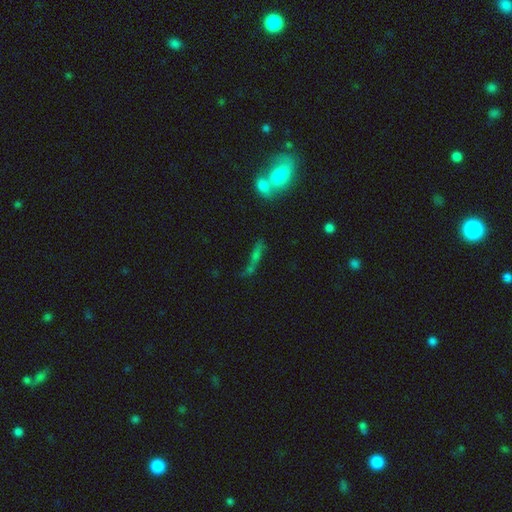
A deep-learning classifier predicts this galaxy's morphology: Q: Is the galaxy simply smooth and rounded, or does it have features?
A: smooth — 40%.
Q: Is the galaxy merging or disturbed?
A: none — 47%.